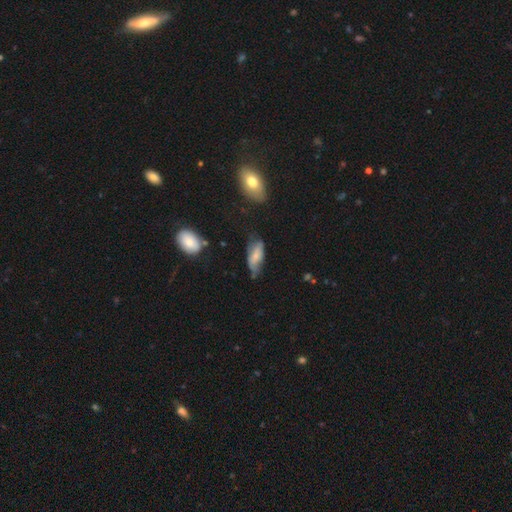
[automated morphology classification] Q: Smooth or featured?
A: smooth (62%); runner-up: featured or disk (30%)
Q: How rounded?
A: in between (81%); runner-up: cigar-shaped (17%)
Q: Merging?
A: none (46%); runner-up: minor disturbance (36%)